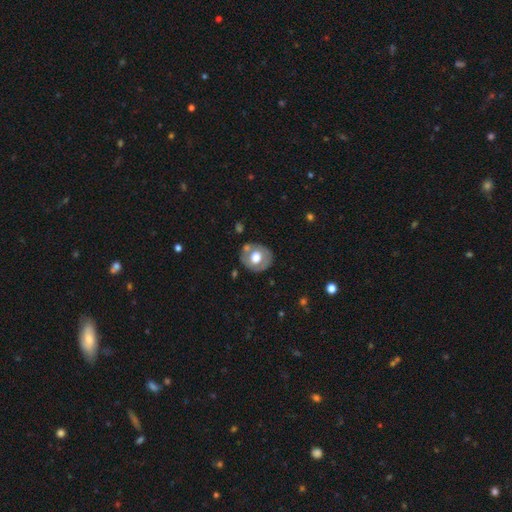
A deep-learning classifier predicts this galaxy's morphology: smooth_or_featured: smooth (p=0.50) [alt: featured or disk p=0.42]
merging: none (p=0.75) [alt: minor disturbance p=0.15]